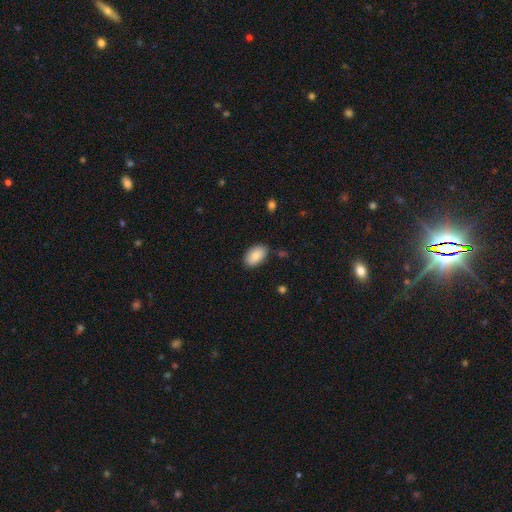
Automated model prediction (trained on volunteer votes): Overall: smooth (87%). How rounded: in between (94%). Merging: none (84%).